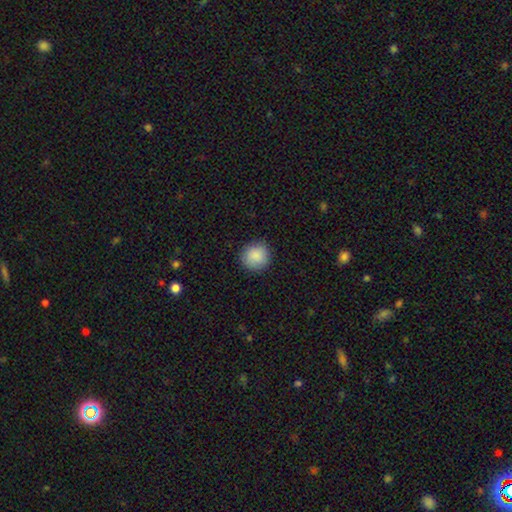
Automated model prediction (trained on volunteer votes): Morphology: type=smooth (89%); roundness=round (92%); merging=none (89%).